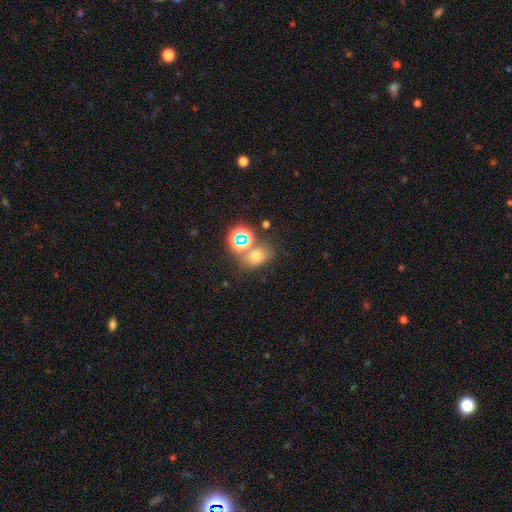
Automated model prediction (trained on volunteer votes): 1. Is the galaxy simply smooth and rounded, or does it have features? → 64% smooth, 26% star or artifact, 10% featured or disk.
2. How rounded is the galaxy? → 57% in between, 42% round, 1% cigar-shaped.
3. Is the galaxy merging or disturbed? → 59% none, 23% merger, 12% minor disturbance, 6% major disturbance.